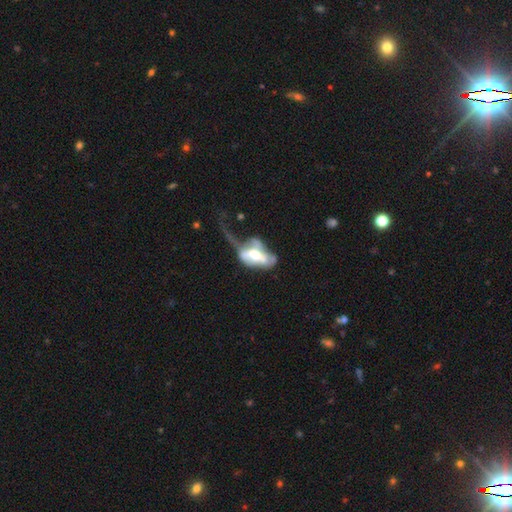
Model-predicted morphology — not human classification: Smooth or featured?
  - featured or disk: 61% *
  - smooth: 31%
  - star or artifact: 8%
Edge-on disk?
  - no: 90% *
  - yes: 10%
Bar?
  - no: 57% *
  - weak: 27%
  - strong: 16%
Spiral arms?
  - no: 66% *
  - yes: 34%
Bulge size?
  - moderate: 62% *
  - large: 20%
  - small: 13%
  - none: 3%
  - dominant: 2%
Merging?
  - major disturbance: 56% *
  - merger: 19%
  - none: 13%
  - minor disturbance: 12%